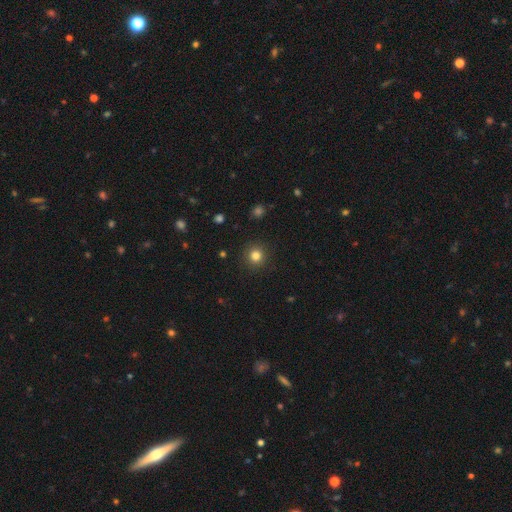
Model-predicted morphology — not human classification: smooth_or_featured: smooth (p=0.82) [alt: star or artifact p=0.13]
how_rounded: round (p=0.94) [alt: in between p=0.05]
merging: none (p=0.91) [alt: minor disturbance p=0.06]